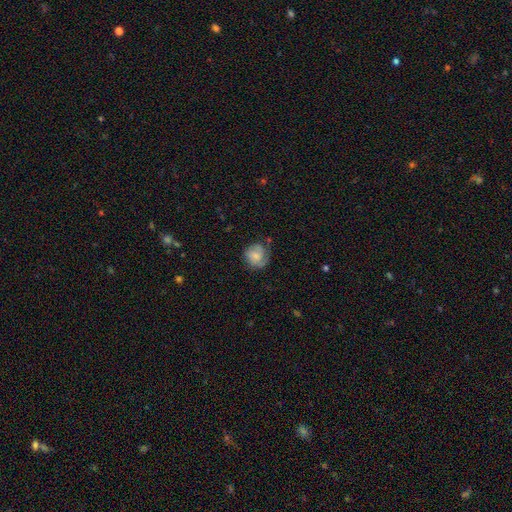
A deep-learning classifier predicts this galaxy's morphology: smooth 51%, featured or disk 41%, star or artifact 8%. Down the decision tree: how rounded — round (79%); merging — none (58%).